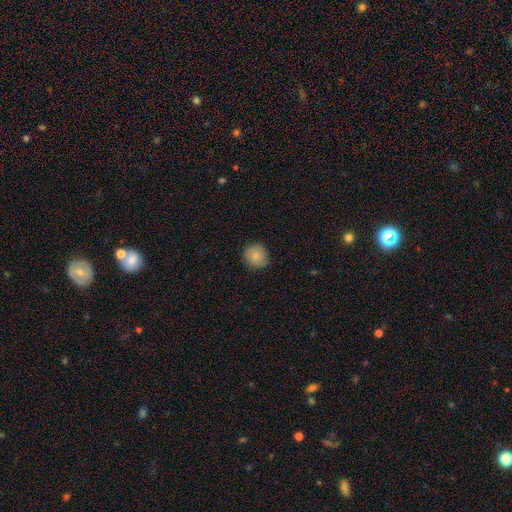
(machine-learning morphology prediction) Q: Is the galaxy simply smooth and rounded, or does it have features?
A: smooth — 84%.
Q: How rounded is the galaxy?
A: round — 91%.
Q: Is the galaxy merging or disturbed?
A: none — 85%.